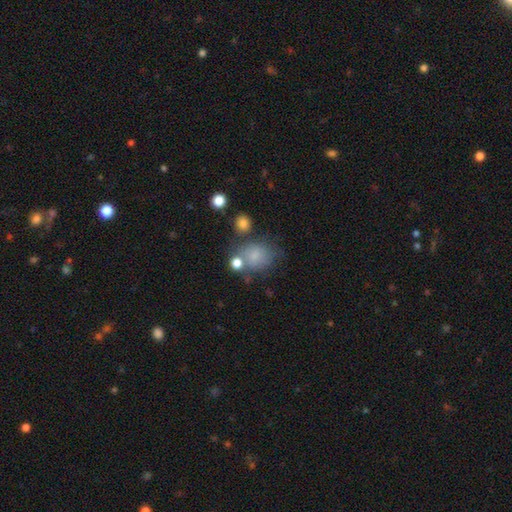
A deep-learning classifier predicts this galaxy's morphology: Smooth or featured? smooth (73%)
How rounded? round (55%)
Merging? none (50%)